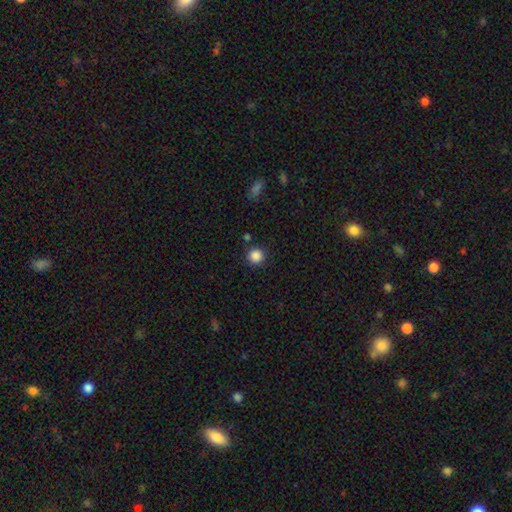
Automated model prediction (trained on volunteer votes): smooth_or_featured: smooth (p=0.86) [alt: star or artifact p=0.11]
how_rounded: round (p=0.95) [alt: in between p=0.04]
merging: none (p=0.88) [alt: minor disturbance p=0.07]